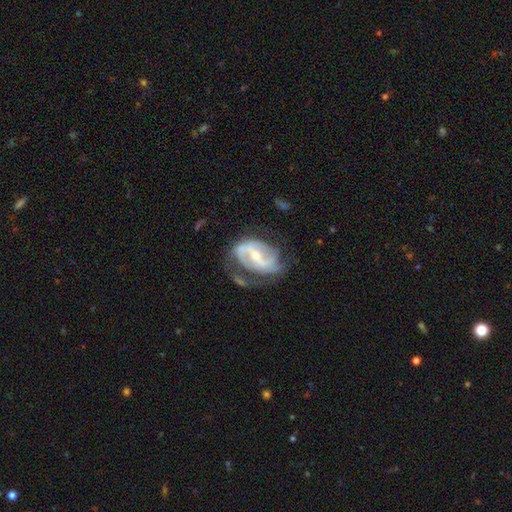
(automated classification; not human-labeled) smooth_or_featured: featured or disk (p=0.84) [alt: smooth p=0.10]
disk_edge_on: no (p=0.96) [alt: yes p=0.04]
bar: strong (p=0.47) [alt: weak p=0.38]
has_spiral_arms: yes (p=0.88) [alt: no p=0.12]
spiral_winding: medium (p=0.43) [alt: tight p=0.29]
spiral_arm_count: 2 (p=0.65) [alt: can't tell p=0.16]
bulge_size: small (p=0.55) [alt: moderate p=0.41]
merging: none (p=0.44) [alt: minor disturbance p=0.26]